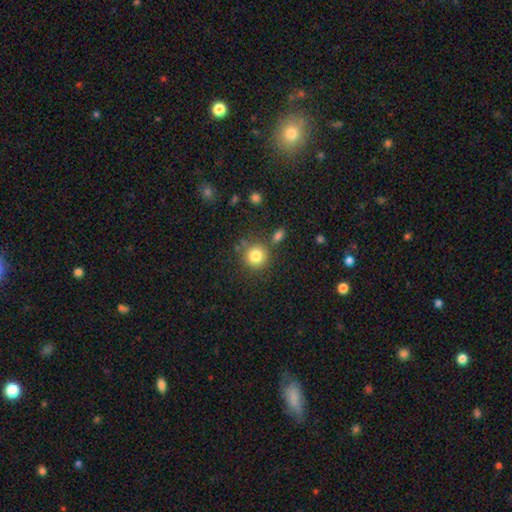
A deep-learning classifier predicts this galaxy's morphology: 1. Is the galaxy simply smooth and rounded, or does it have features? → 82% smooth, 11% star or artifact, 7% featured or disk.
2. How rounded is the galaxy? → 91% round, 8% in between, 1% cigar-shaped.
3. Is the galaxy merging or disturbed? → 77% none, 10% minor disturbance, 9% merger, 4% major disturbance.